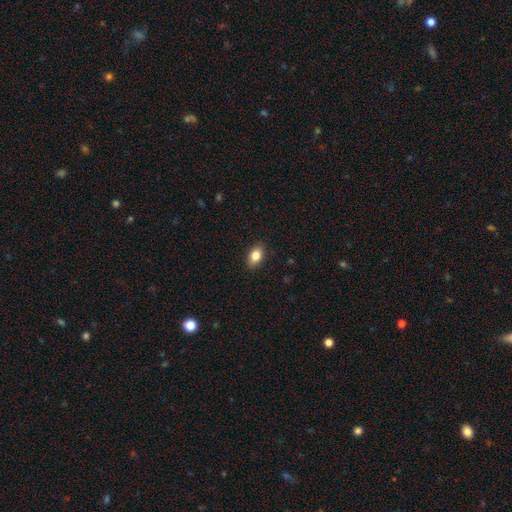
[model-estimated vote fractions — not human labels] smooth_or_featured: smooth (p=0.83) [alt: featured or disk p=0.09]
how_rounded: in between (p=0.83) [alt: round p=0.14]
merging: none (p=0.88) [alt: minor disturbance p=0.09]